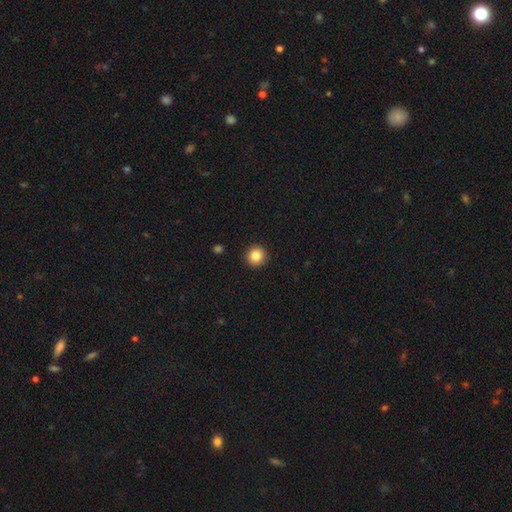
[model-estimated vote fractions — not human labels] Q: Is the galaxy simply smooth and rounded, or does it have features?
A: smooth — 85%.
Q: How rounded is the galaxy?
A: round — 95%.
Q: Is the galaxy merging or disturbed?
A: none — 93%.